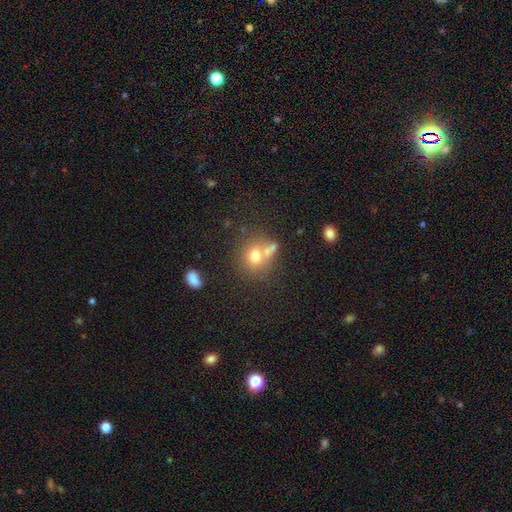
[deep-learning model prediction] A smooth galaxy with no disk features (70%) that is round (80%).

Vote fractions:
- Smooth or featured? smooth: 70% / featured or disk: 15% / star or artifact: 15%
- How rounded? round: 80% / in between: 19% / cigar-shaped: 1%
- Merging? none: 53% / merger: 29% / minor disturbance: 12% / major disturbance: 6%